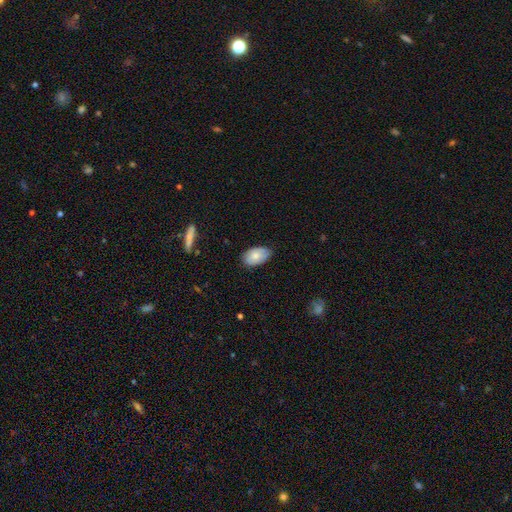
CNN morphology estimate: A smooth galaxy with no disk features (76%) that is in between round and cigar-shaped (93%).

Vote fractions:
- Smooth or featured? smooth: 76% / featured or disk: 18% / star or artifact: 7%
- How rounded? in between: 93% / round: 6% / cigar-shaped: 1%
- Merging? none: 74% / minor disturbance: 22% / major disturbance: 3% / merger: 1%